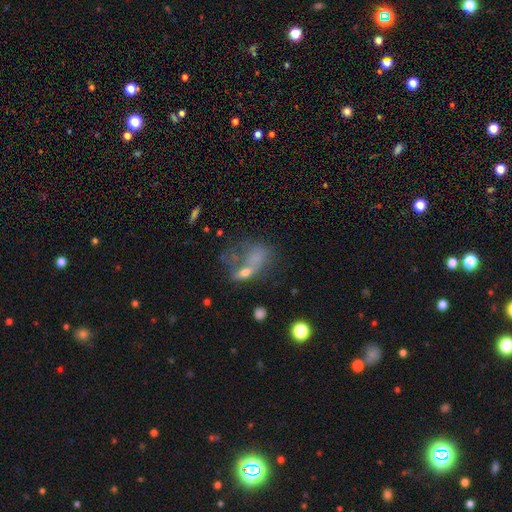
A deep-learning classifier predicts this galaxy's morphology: Smooth or featured?
  - smooth: 53% *
  - featured or disk: 32%
  - star or artifact: 16%
How rounded?
  - in between: 77% *
  - round: 18%
  - cigar-shaped: 5%
Merging?
  - major disturbance: 36% *
  - merger: 31%
  - none: 20%
  - minor disturbance: 13%